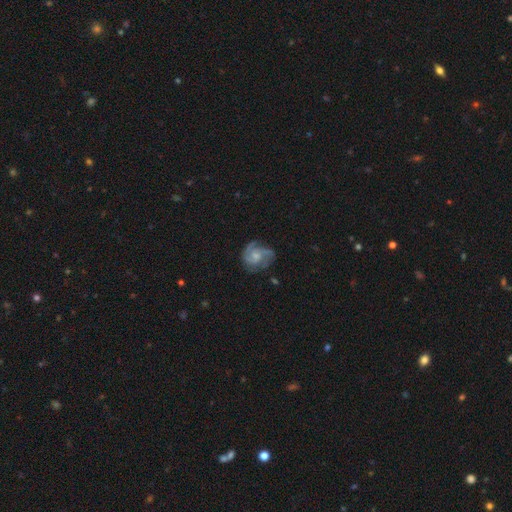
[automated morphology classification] This is clearly a featured or disk galaxy (81%). It is clearly not viewed edge-on (98%). Bar: likely no (66%). Spiral arm pattern: clearly yes (96%). Spiral arm count: marginally 3 (41%). Spiral winding: possibly medium (48%). Central bulge: marginally small (42%). Merging: likely none (65%).